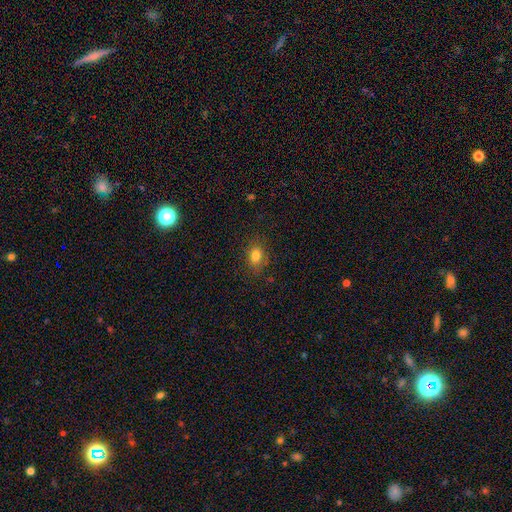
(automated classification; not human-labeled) A smooth galaxy with no disk features (81%) that is in between round and cigar-shaped (62%). Merging: none (83%).